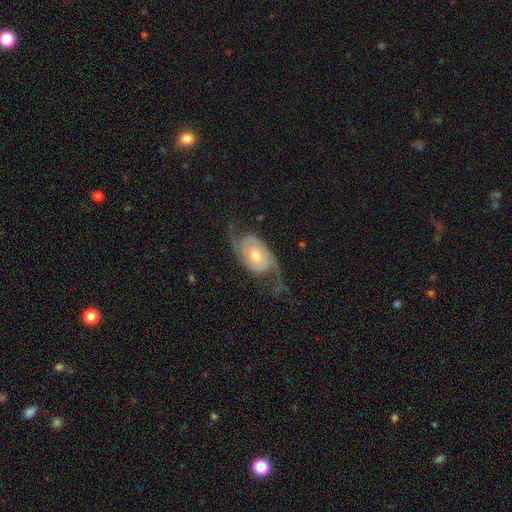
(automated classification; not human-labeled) Q: Smooth or featured?
A: featured or disk (86%); runner-up: smooth (9%)
Q: Edge-on disk?
A: no (96%); runner-up: yes (4%)
Q: Bar?
A: no (62%); runner-up: weak (31%)
Q: Spiral arms?
A: yes (96%); runner-up: no (4%)
Q: Spiral winding?
A: loose (42%); runner-up: medium (40%)
Q: Spiral arm count?
A: 2 (90%); runner-up: can't tell (4%)
Q: Bulge size?
A: moderate (65%); runner-up: small (26%)
Q: Merging?
A: none (66%); runner-up: minor disturbance (17%)